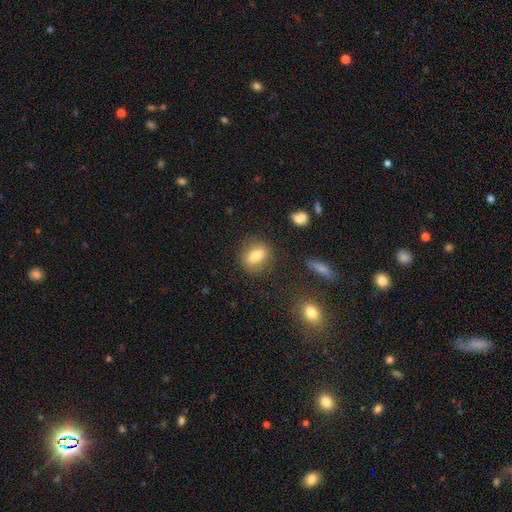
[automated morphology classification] Overall: smooth (76%). How rounded: in between (52%; round 45%). Merging: none (84%).